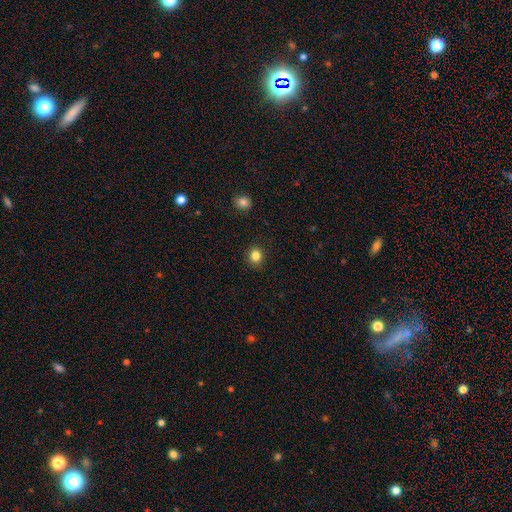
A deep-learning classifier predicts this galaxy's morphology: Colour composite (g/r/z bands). It shows a smooth galaxy with no disk features (84%) that is round (80%). Merging: none (90%).